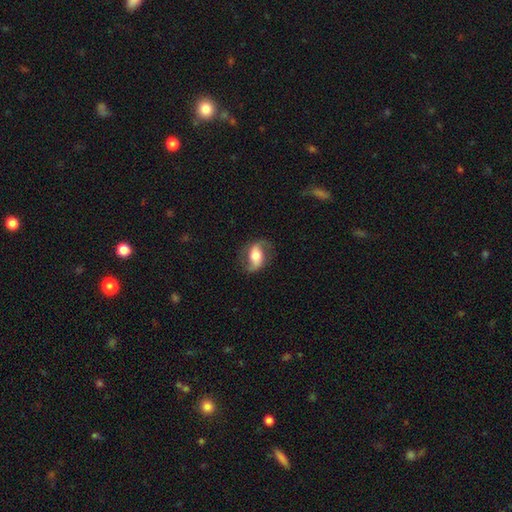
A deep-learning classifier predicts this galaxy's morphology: Smooth or featured? Predicted: featured or disk (p=0.67). Edge-on disk? Predicted: no (p=0.93). Bar? Predicted: strong (p=0.34). Spiral arms? Predicted: yes (p=0.86). Spiral winding? Predicted: loose (p=0.51). Spiral arm count? Predicted: 2 (p=0.89). Bulge size? Predicted: moderate (p=0.50). Merging? Predicted: none (p=0.75).